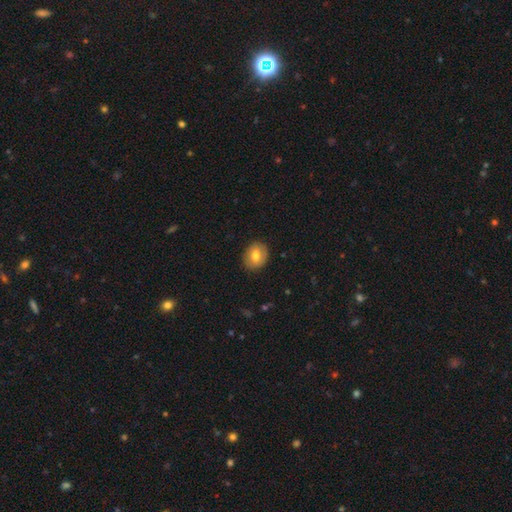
Smooth or featured?
  - smooth: 70% *
  - featured or disk: 22%
  - star or artifact: 8%
How rounded?
  - round: 71% *
  - in between: 29%
  - cigar-shaped: 0%
Merging?
  - none: 89% *
  - minor disturbance: 5%
  - major disturbance: 5%
  - merger: 0%